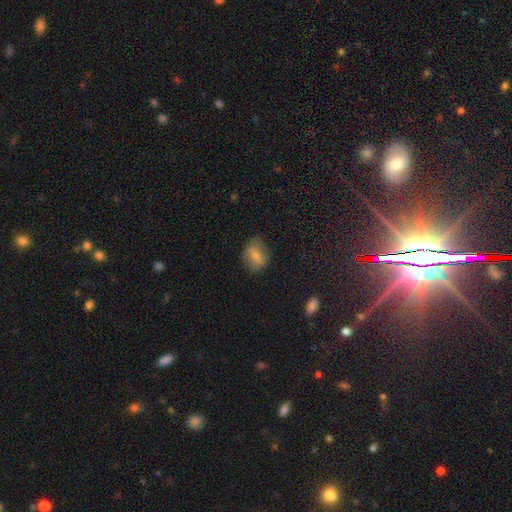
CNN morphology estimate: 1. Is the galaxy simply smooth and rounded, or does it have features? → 76% smooth, 15% featured or disk, 9% star or artifact.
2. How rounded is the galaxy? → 61% in between, 38% round, 2% cigar-shaped.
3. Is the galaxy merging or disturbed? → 72% none, 21% minor disturbance, 6% major disturbance, 1% merger.